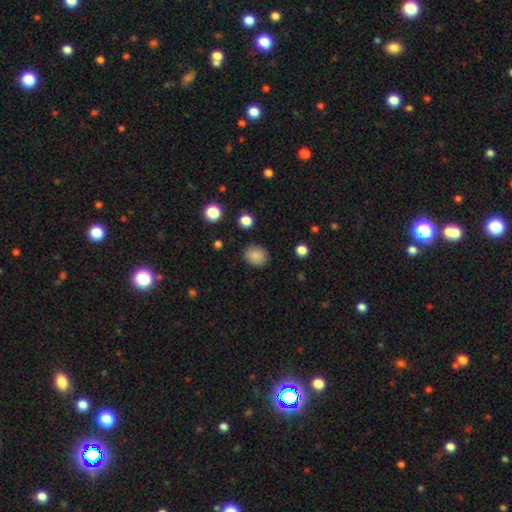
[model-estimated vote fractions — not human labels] smooth 87%, star or artifact 10%, featured or disk 4%. Down the decision tree: how rounded — round (74%); merging — none (87%).